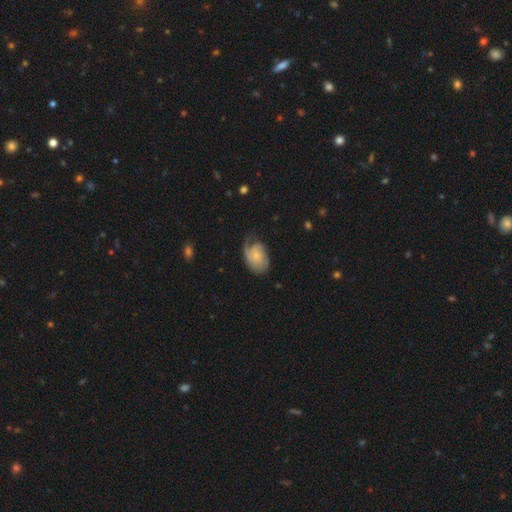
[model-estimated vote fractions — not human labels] Smooth or featured? Predicted: featured or disk (p=0.63). Edge-on disk? Predicted: no (p=0.97). Bar? Predicted: no (p=0.74). Spiral arms? Predicted: yes (p=0.91). Spiral winding? Predicted: tight (p=0.44). Spiral arm count? Predicted: 1 (p=0.40). Bulge size? Predicted: small (p=0.65). Merging? Predicted: none (p=0.52).